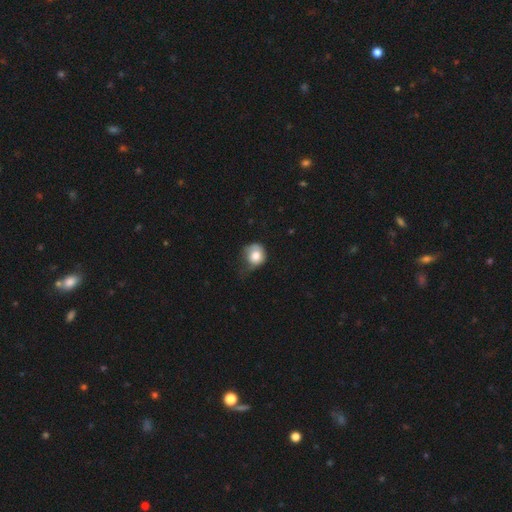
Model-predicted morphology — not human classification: A smooth galaxy with no disk features (75%) that is round (77%).

Vote fractions:
- Smooth or featured? smooth: 75% / featured or disk: 17% / star or artifact: 8%
- How rounded? round: 77% / in between: 22% / cigar-shaped: 1%
- Merging? minor disturbance: 41% / none: 29% / major disturbance: 28% / merger: 3%